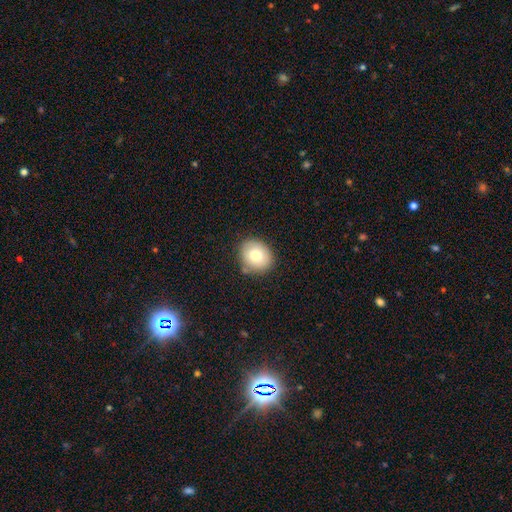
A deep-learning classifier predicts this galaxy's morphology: A smooth galaxy with no disk features (78%) that is round (65%).

Vote fractions:
- Smooth or featured? smooth: 78% / featured or disk: 13% / star or artifact: 9%
- How rounded? round: 65% / in between: 34% / cigar-shaped: 1%
- Merging? none: 80% / minor disturbance: 14% / major disturbance: 3% / merger: 3%